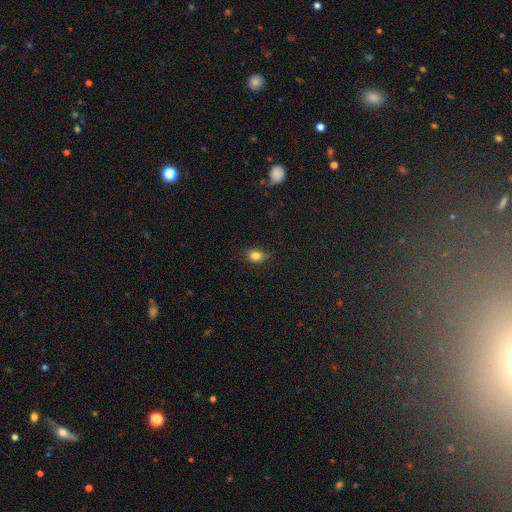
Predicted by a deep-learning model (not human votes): smooth-or-featured: smooth: 82% | star or artifact: 12% | featured or disk: 6%
  how-rounded: in between: 66% | round: 32% | cigar-shaped: 2%
  merging: none: 81% | minor disturbance: 15% | major disturbance: 3% | merger: 1%